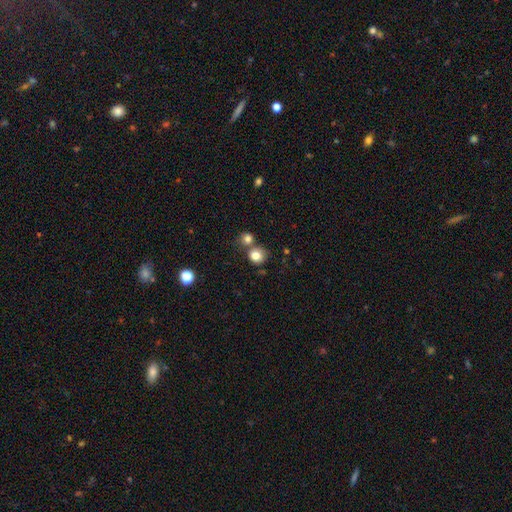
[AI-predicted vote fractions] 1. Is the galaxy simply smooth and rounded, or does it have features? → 82% smooth, 11% star or artifact, 7% featured or disk.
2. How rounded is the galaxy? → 85% round, 14% in between, 1% cigar-shaped.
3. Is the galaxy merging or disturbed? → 59% none, 28% merger, 9% minor disturbance, 3% major disturbance.